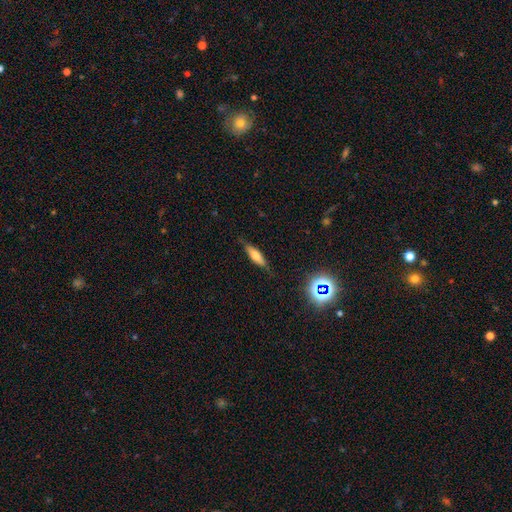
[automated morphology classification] This is possibly a smooth galaxy (53%). How rounded: likely cigar-shaped (65%). Merging: likely none (79%).